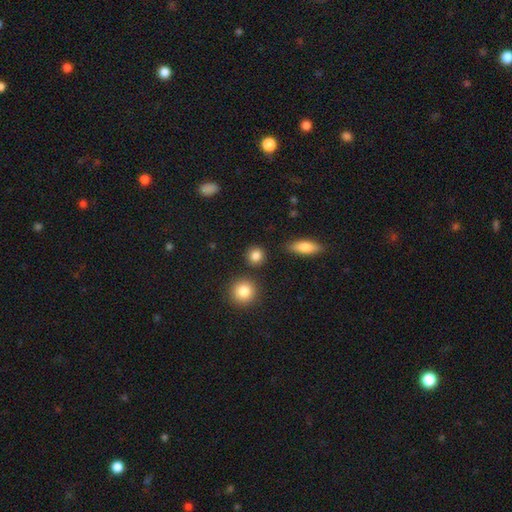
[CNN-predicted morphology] type=smooth (85%); roundness=round (87%); merging=none (87%).